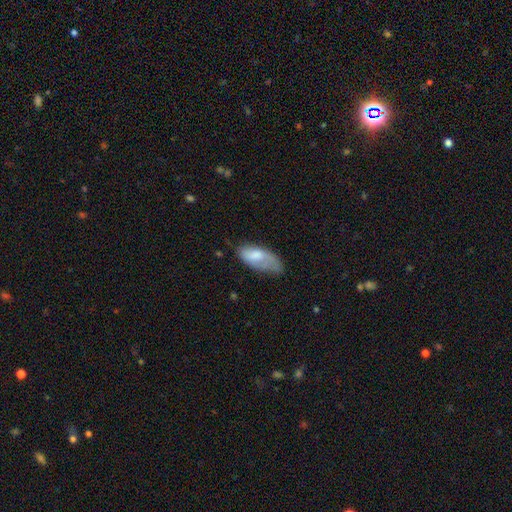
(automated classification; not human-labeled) Q: Smooth or featured?
A: smooth (72%); runner-up: featured or disk (22%)
Q: How rounded?
A: in between (88%); runner-up: cigar-shaped (10%)
Q: Merging?
A: minor disturbance (39%); runner-up: none (34%)